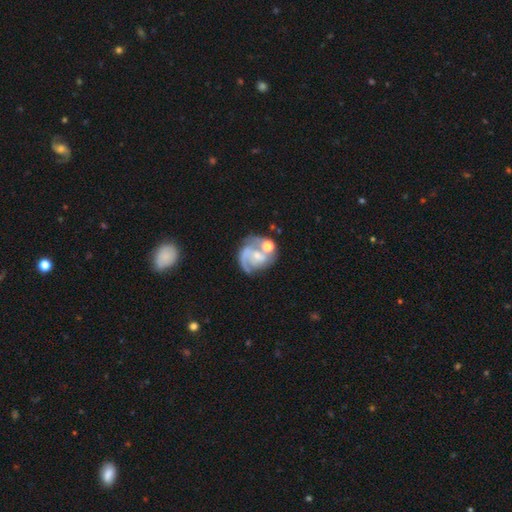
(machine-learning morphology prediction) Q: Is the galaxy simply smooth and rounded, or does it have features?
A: featured or disk — 75%.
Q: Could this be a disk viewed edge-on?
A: no — 98%.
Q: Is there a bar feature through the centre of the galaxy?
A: no — 59%.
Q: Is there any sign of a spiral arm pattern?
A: yes — 86%.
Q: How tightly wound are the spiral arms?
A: medium — 43%.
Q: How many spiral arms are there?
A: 2 — 50%.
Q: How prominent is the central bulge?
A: small — 59%.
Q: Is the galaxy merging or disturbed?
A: none — 40%.